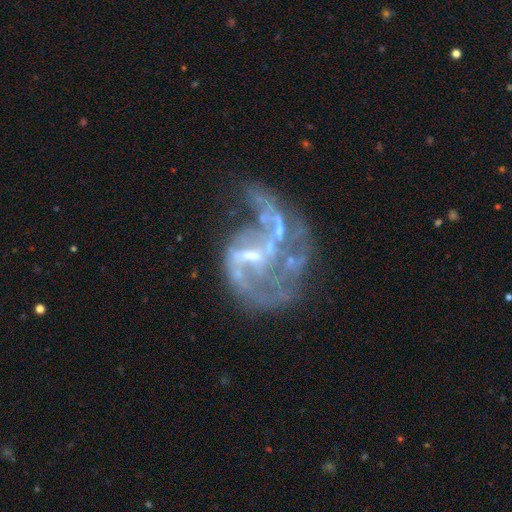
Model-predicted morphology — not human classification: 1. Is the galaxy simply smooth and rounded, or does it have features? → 83% featured or disk, 10% star or artifact, 7% smooth.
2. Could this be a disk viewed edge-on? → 98% no, 2% yes.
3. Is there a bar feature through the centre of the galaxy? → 46% weak, 36% no, 18% strong.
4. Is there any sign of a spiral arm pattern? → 74% yes, 26% no.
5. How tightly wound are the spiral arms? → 56% loose, 32% medium, 12% tight.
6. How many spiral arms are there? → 41% 2, 25% can't tell, 13% 1, 11% 3, 5% 4, 4% more than 4.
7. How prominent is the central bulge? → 49% small, 24% none, 24% moderate, 2% large, 1% dominant.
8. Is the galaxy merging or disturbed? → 41% major disturbance, 28% none, 16% merger, 15% minor disturbance.